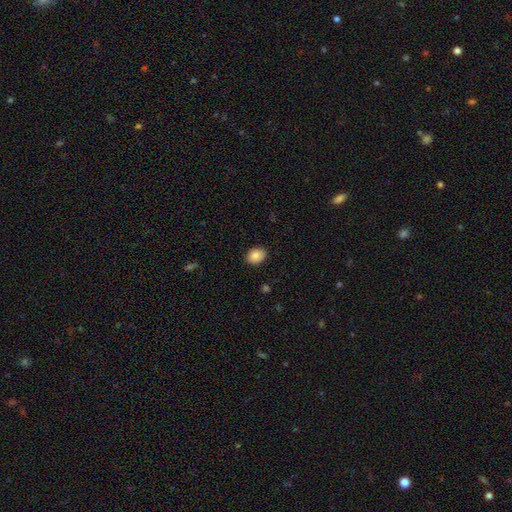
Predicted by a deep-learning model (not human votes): Q: Smooth or featured?
A: smooth (88%); runner-up: star or artifact (8%)
Q: How rounded?
A: in between (62%); runner-up: round (37%)
Q: Merging?
A: none (87%); runner-up: minor disturbance (10%)